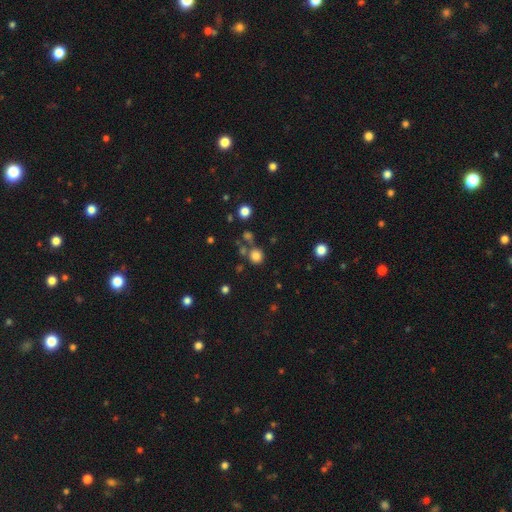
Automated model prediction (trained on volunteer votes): Smooth or featured? smooth (79%)
How rounded? round (90%)
Merging? none (73%)